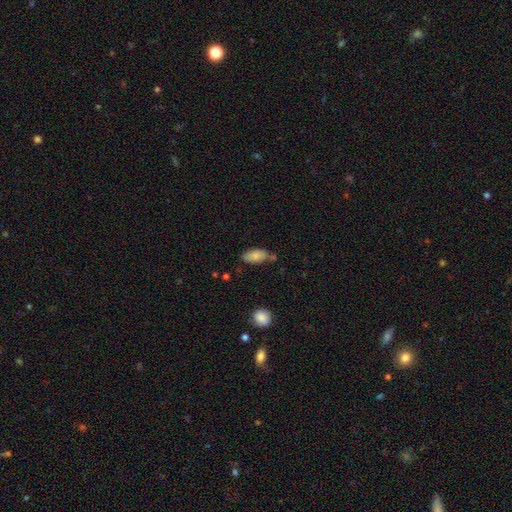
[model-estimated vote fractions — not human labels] Q: Smooth or featured?
A: smooth (81%); runner-up: featured or disk (11%)
Q: How rounded?
A: in between (90%); runner-up: cigar-shaped (7%)
Q: Merging?
A: none (63%); runner-up: minor disturbance (22%)